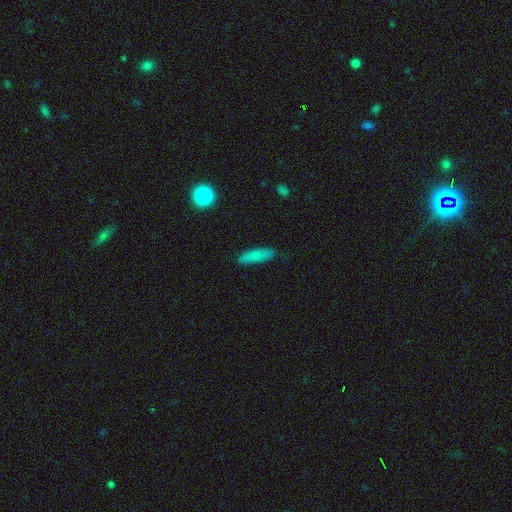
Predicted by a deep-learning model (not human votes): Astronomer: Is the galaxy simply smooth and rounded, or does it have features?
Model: smooth — 79%.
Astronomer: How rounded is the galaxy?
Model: cigar-shaped — 62%.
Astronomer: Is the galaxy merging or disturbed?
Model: none — 82%.